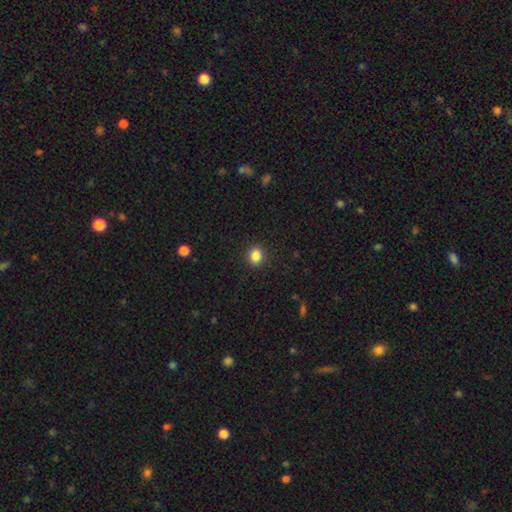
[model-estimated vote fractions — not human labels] Smooth or featured? Predicted: smooth (p=0.85). How rounded? Predicted: round (p=0.61). Merging? Predicted: none (p=0.91).